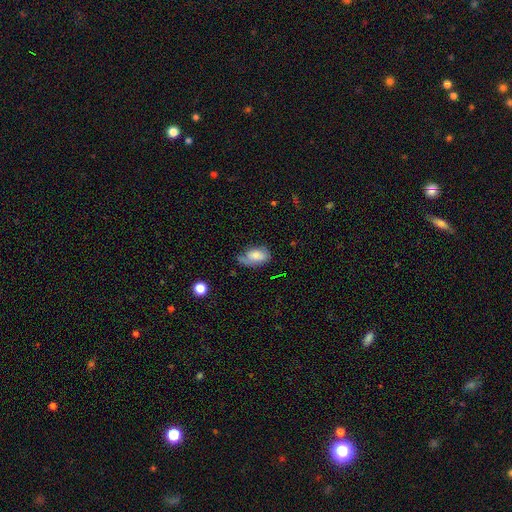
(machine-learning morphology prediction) type=smooth (68%); roundness=in between (90%); merging=none (43%).